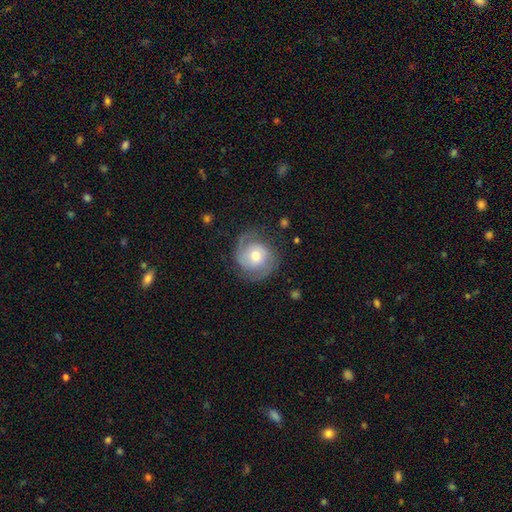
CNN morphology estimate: smooth_or_featured: featured or disk (p=0.75) [alt: smooth p=0.18]
disk_edge_on: no (p=0.98) [alt: yes p=0.02]
bar: no (p=0.65) [alt: weak p=0.29]
has_spiral_arms: yes (p=0.93) [alt: no p=0.07]
spiral_winding: tight (p=0.45) [alt: medium p=0.41]
spiral_arm_count: 2 (p=0.79) [alt: can't tell p=0.09]
bulge_size: moderate (p=0.70) [alt: small p=0.21]
merging: none (p=0.75) [alt: minor disturbance p=0.16]